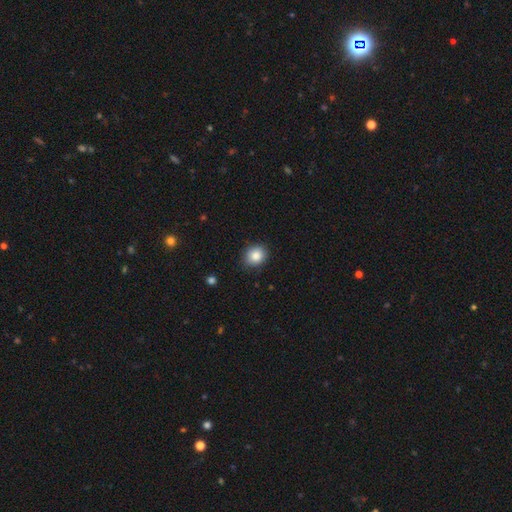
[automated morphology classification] smooth_or_featured: smooth (p=0.85) [alt: star or artifact p=0.09]
how_rounded: round (p=0.64) [alt: in between p=0.35]
merging: none (p=0.85) [alt: minor disturbance p=0.12]